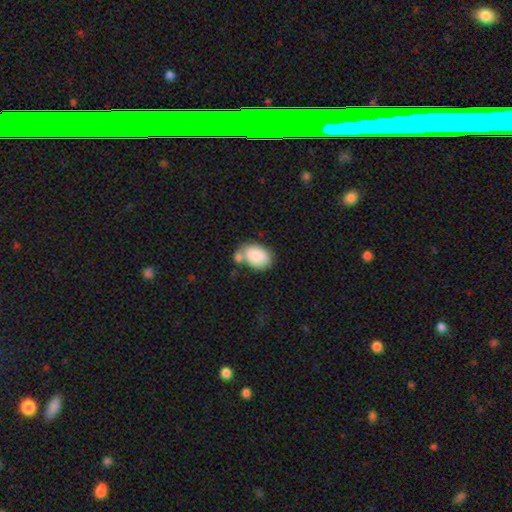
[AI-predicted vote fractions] A smooth galaxy with no disk features (84%) that is in between round and cigar-shaped (84%).

Vote fractions:
- Smooth or featured? smooth: 84% / featured or disk: 9% / star or artifact: 6%
- How rounded? in between: 84% / round: 15% / cigar-shaped: 1%
- Merging? none: 47% / merger: 29% / minor disturbance: 18% / major disturbance: 6%